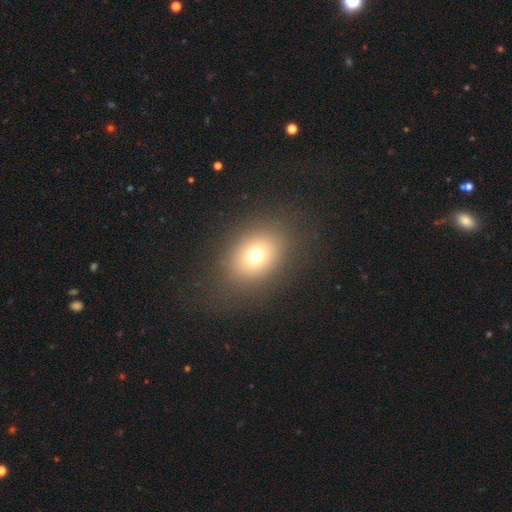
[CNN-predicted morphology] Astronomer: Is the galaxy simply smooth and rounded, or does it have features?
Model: smooth — 70%.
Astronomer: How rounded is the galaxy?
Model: in between — 57% (runner-up: round, 42%).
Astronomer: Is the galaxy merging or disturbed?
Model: none — 84%.